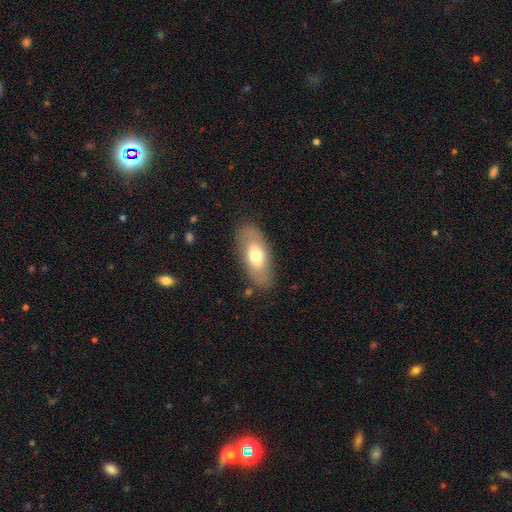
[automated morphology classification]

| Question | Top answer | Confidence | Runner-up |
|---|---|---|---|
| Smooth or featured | smooth | 64% | featured or disk (30%) |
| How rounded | in between | 87% | cigar-shaped (9%) |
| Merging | none | 82% | minor disturbance (12%) |